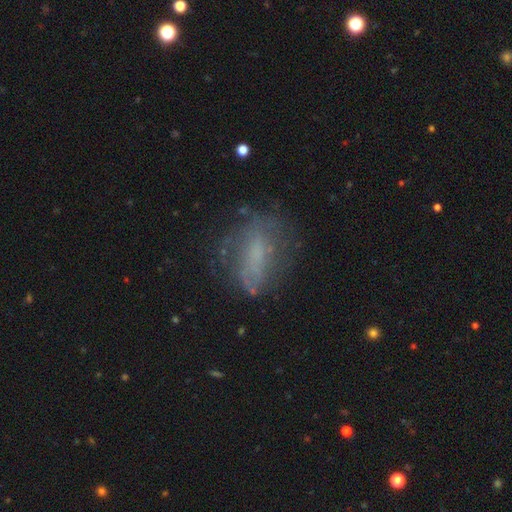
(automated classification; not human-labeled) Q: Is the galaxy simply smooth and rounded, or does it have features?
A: featured or disk — 46%.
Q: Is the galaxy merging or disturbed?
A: none — 57%.